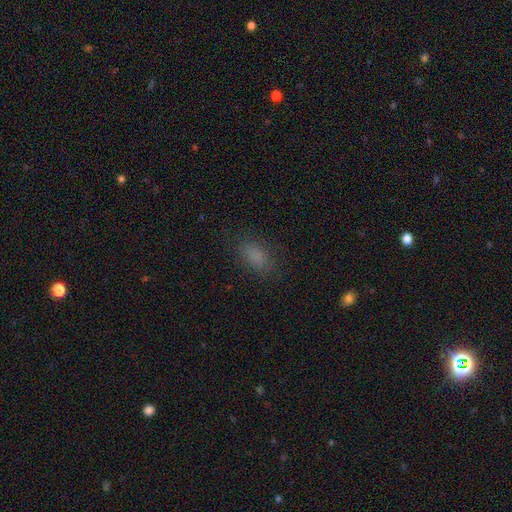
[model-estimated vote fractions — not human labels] Overall: smooth (81%). How rounded: in between (88%). Merging: none (82%).